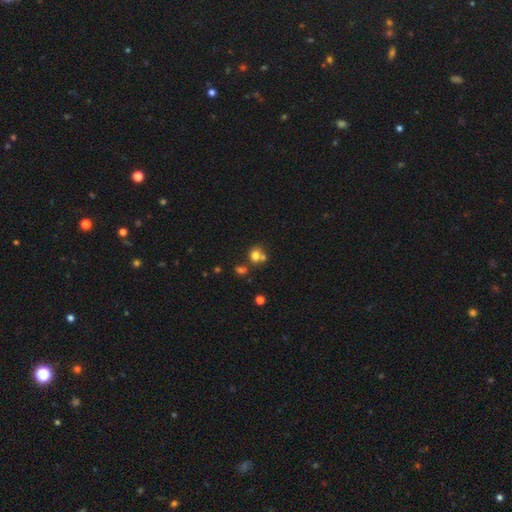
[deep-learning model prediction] This appears to be a smooth galaxy with no disk features (75%) that is round (77%). Merging: none (49%).